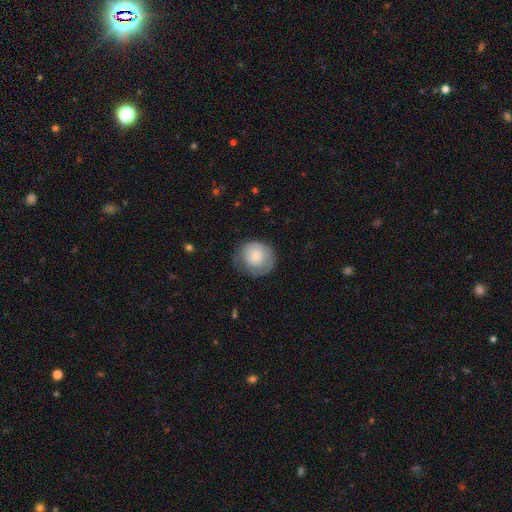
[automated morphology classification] smooth 73%, featured or disk 20%, star or artifact 7%. Down the decision tree: how rounded — round (87%); merging — none (63%).